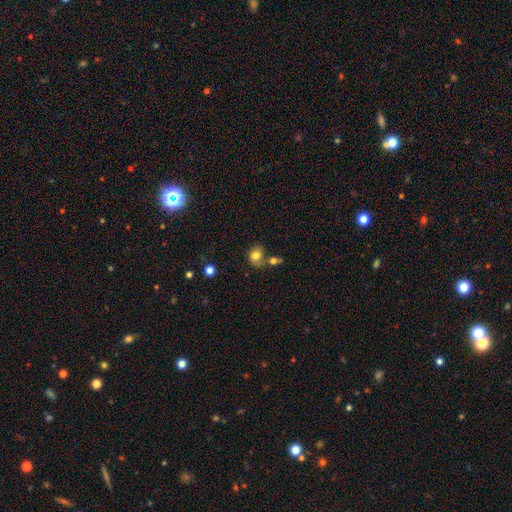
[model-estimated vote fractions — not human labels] smooth 80%, star or artifact 11%, featured or disk 10%. Down the decision tree: how rounded — round (69%); merging — none (51%).